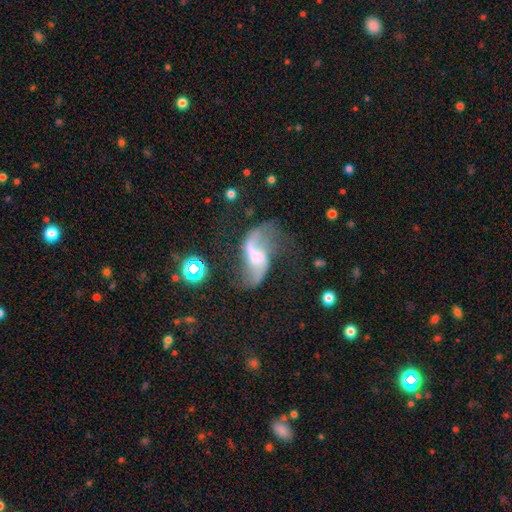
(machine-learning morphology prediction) A featured or disk galaxy (83%) with a weak bar (43%), 2 (90%) loose (88%) spiral arms (93%) and no central bulge (33%).

Vote fractions:
- Smooth or featured? featured or disk: 83% / smooth: 9% / star or artifact: 8%
- Edge-on disk? no: 96% / yes: 4%
- Bar? weak: 43% / strong: 30% / no: 28%
- Spiral arms? yes: 93% / no: 7%
- Spiral winding? loose: 88% / medium: 10% / tight: 2%
- Spiral arm count? 2: 90% / 1: 5% / can't tell: 2% / 3: 1% / 4: 1% / more than 4: 1%
- Bulge size? none: 33% / small: 29% / moderate: 25% / large: 10% / dominant: 3%
- Merging? none: 50% / major disturbance: 23% / minor disturbance: 18% / merger: 8%